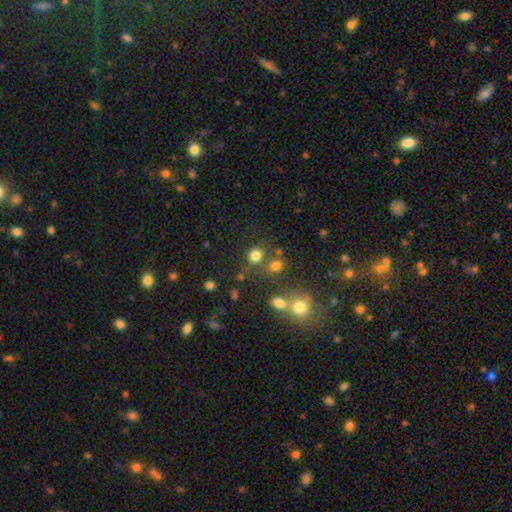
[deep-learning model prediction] A smooth galaxy with no disk features (78%) that is round (76%). Merging: none (68%).